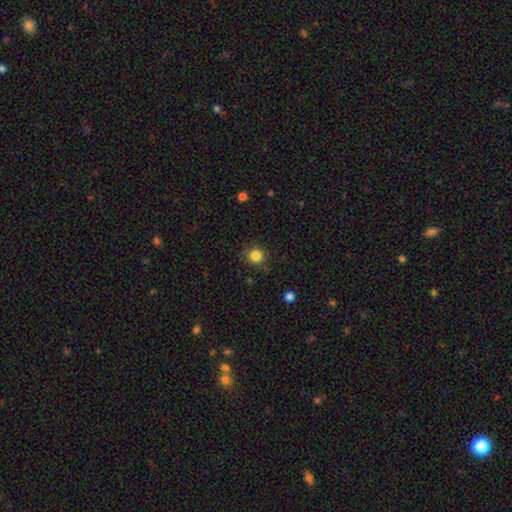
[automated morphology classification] Smooth or featured: smooth — 84% (star or artifact — 12%)
How rounded: round — 92% (in between — 7%)
Merging: none — 87% (minor disturbance — 9%)